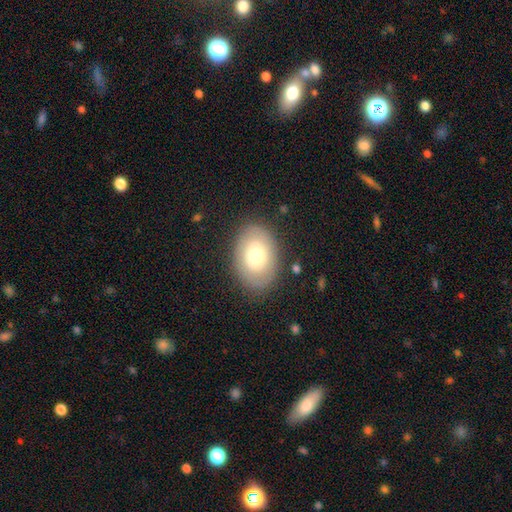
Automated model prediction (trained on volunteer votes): Smooth or featured? smooth (63%)
How rounded? in between (78%)
Merging? none (83%)